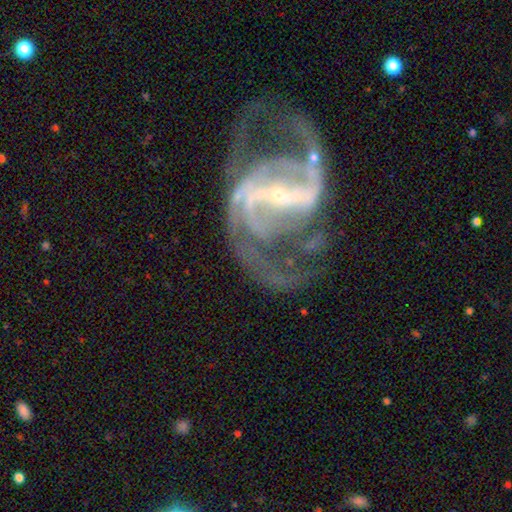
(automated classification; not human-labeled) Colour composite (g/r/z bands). It shows a featured or disk galaxy (92%) with a strong bar (76%), 2 (87%) medium (54%) spiral arms (98%) and a small central bulge (83%). Merging: none (60%).